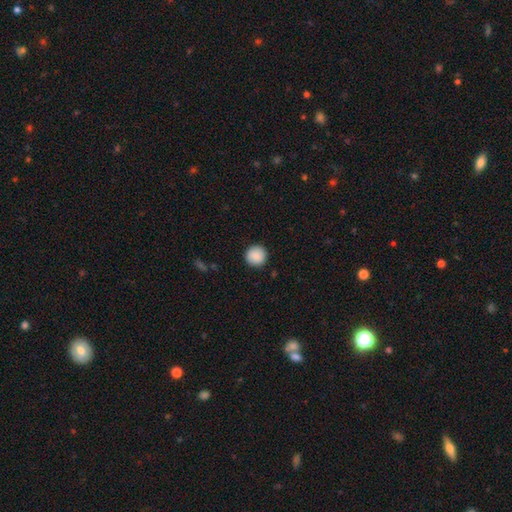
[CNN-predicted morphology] type=smooth (89%); roundness=round (95%); merging=none (91%).